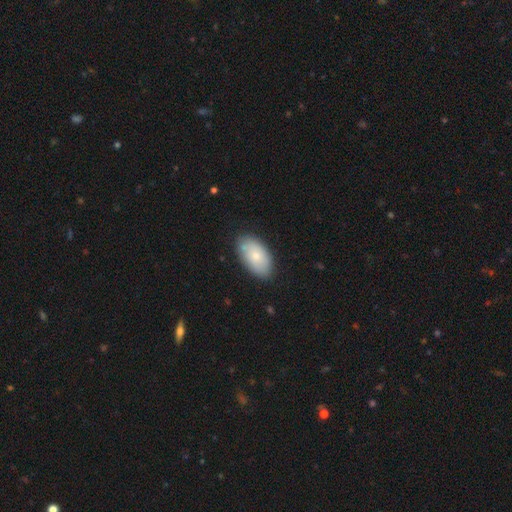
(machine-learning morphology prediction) A smooth galaxy with no disk features (75%) that is in between round and cigar-shaped (94%). Merging: none (81%).